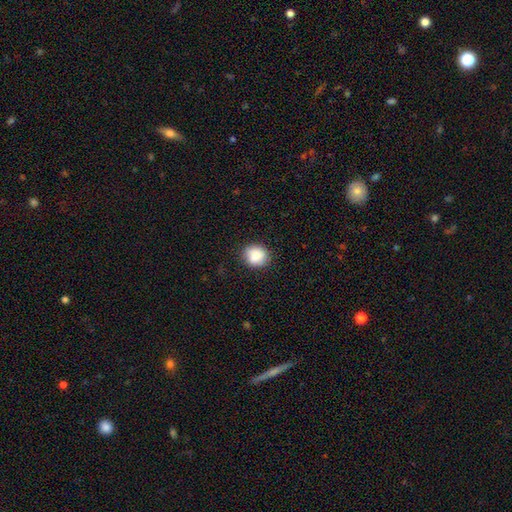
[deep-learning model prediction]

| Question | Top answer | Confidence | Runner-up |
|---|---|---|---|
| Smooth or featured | smooth | 88% | star or artifact (8%) |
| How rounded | round | 72% | in between (27%) |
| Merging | none | 82% | minor disturbance (13%) |